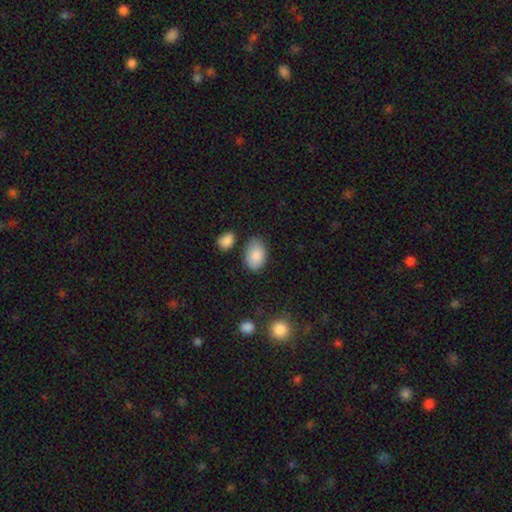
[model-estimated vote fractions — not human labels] Smooth or featured? smooth (87%)
How rounded? in between (90%)
Merging? none (69%)